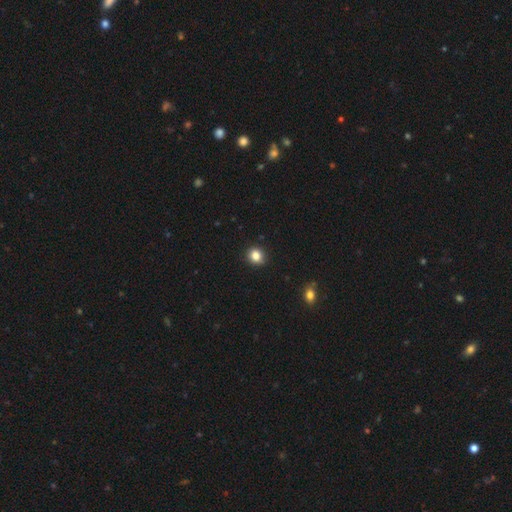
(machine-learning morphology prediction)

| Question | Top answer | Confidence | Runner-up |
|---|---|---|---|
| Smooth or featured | smooth | 84% | star or artifact (11%) |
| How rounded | round | 76% | in between (23%) |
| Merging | none | 90% | minor disturbance (8%) |